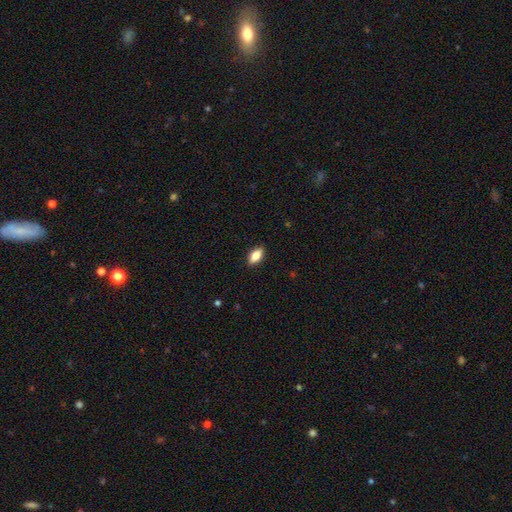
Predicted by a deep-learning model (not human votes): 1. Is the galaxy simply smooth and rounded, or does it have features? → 79% smooth, 14% featured or disk, 7% star or artifact.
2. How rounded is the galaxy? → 86% in between, 10% cigar-shaped, 4% round.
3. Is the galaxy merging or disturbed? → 89% none, 8% minor disturbance, 2% major disturbance, 1% merger.